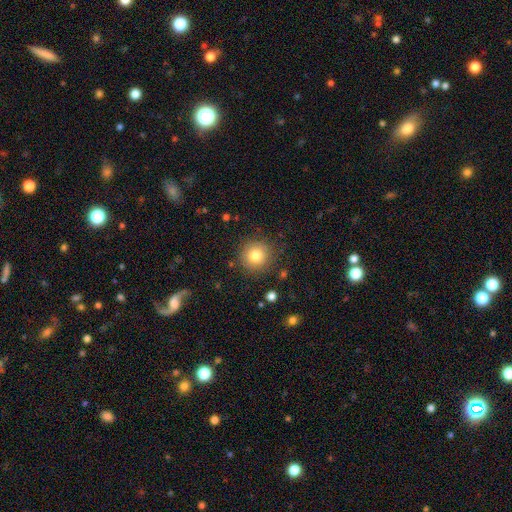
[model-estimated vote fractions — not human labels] A smooth galaxy with no disk features (80%) that is round (94%).

Vote fractions:
- Smooth or featured? smooth: 80% / star or artifact: 11% / featured or disk: 9%
- How rounded? round: 94% / in between: 5% / cigar-shaped: 1%
- Merging? none: 87% / minor disturbance: 9% / major disturbance: 3% / merger: 2%